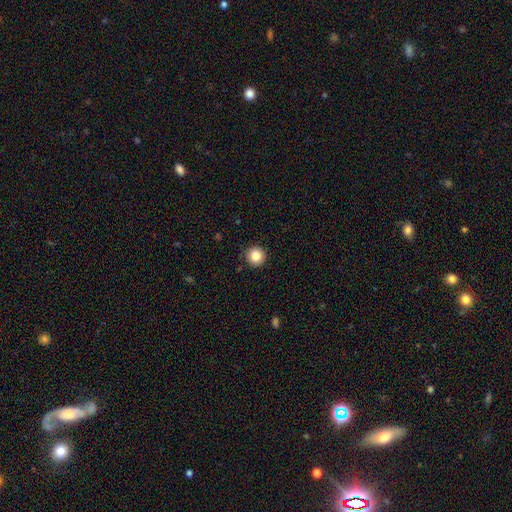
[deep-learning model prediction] This appears to be a smooth galaxy with no disk features (85%) that is round (95%). Merging: none (90%).